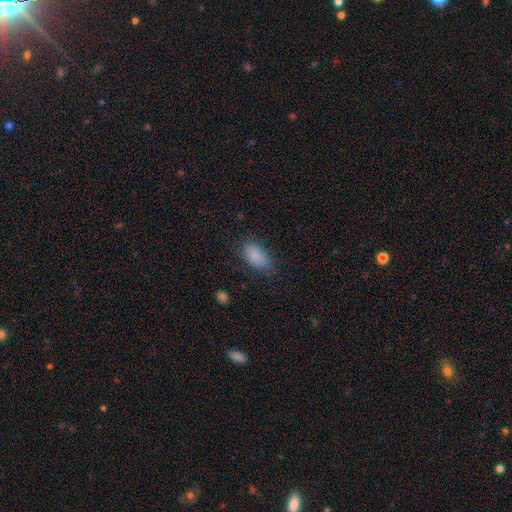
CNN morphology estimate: smooth_or_featured: smooth (p=0.86) [alt: star or artifact p=0.08]
how_rounded: in between (p=0.92) [alt: round p=0.05]
merging: none (p=0.73) [alt: minor disturbance p=0.19]